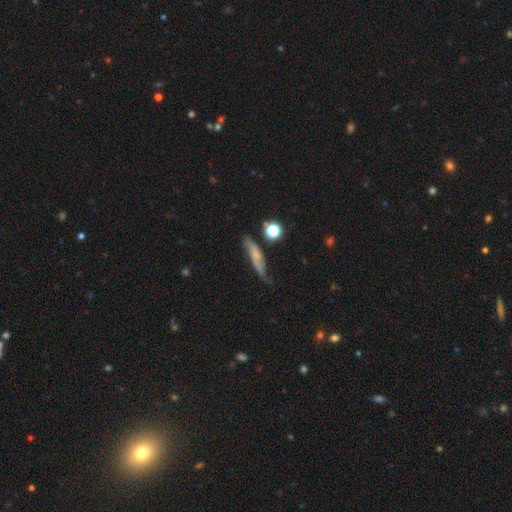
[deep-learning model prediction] Smooth or featured?
  - featured or disk: 46% *
  - smooth: 45%
  - star or artifact: 9%
Merging?
  - none: 55% *
  - minor disturbance: 31%
  - major disturbance: 10%
  - merger: 4%